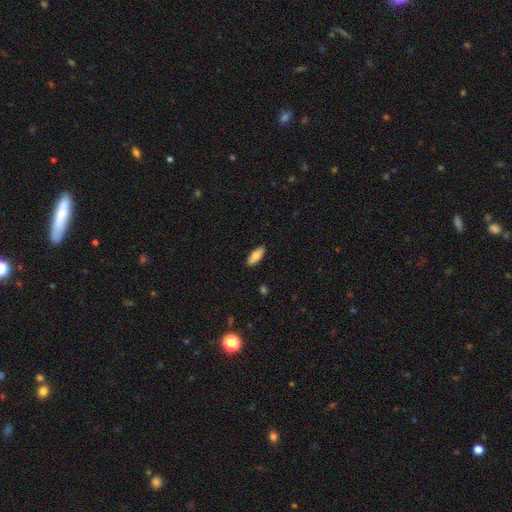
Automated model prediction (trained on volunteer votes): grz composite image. It shows a smooth galaxy with no disk features (76%) that is in between round and cigar-shaped (76%). Merging: none (89%).